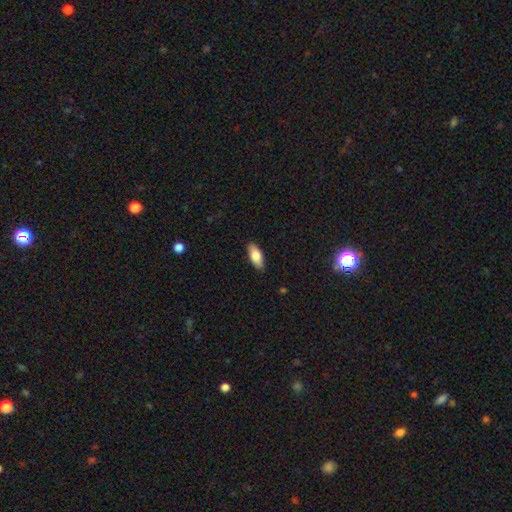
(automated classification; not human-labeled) Morphology: type=smooth (82%); roundness=in between (84%); merging=none (88%).